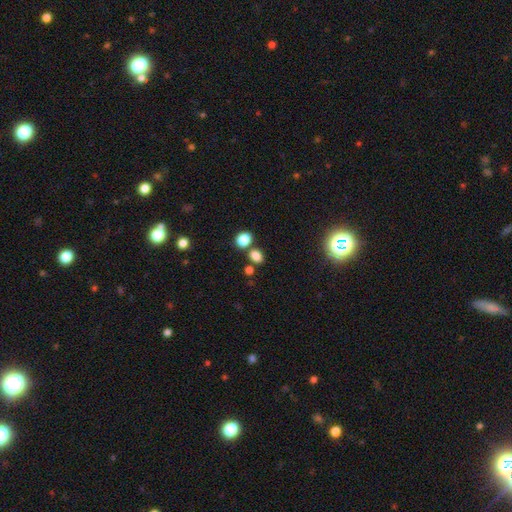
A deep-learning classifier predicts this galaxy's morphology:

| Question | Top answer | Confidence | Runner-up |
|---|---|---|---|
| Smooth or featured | smooth | 80% | star or artifact (15%) |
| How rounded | in between | 57% | round (42%) |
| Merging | none | 69% | merger (17%) |